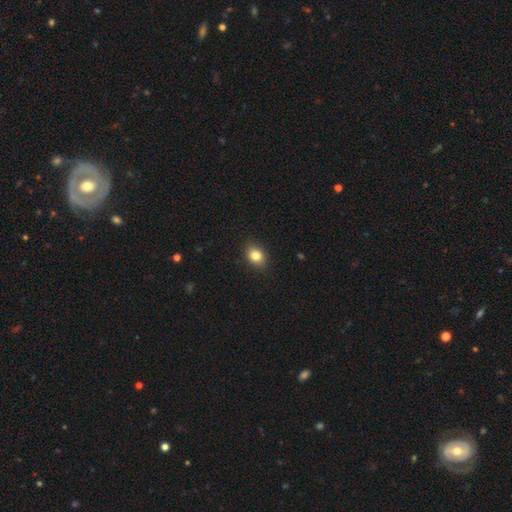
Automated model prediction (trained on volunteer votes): Smooth or featured? Predicted: smooth (p=0.83). How rounded? Predicted: in between (p=0.62). Merging? Predicted: none (p=0.88).